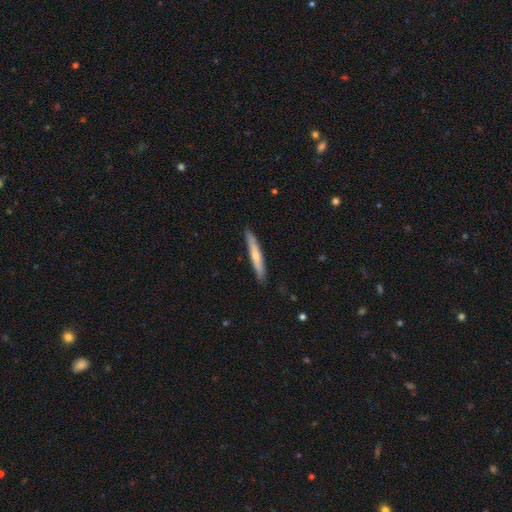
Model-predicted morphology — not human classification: Smooth or featured? smooth (57%)
How rounded? cigar-shaped (94%)
Merging? none (87%)